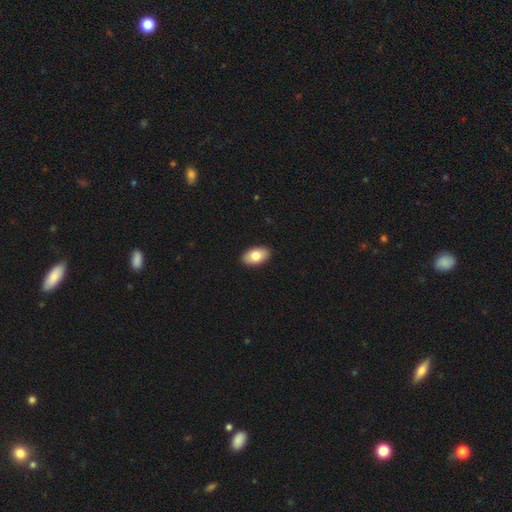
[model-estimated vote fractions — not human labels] Morphology: type=smooth (80%); roundness=in between (94%); merging=none (91%).